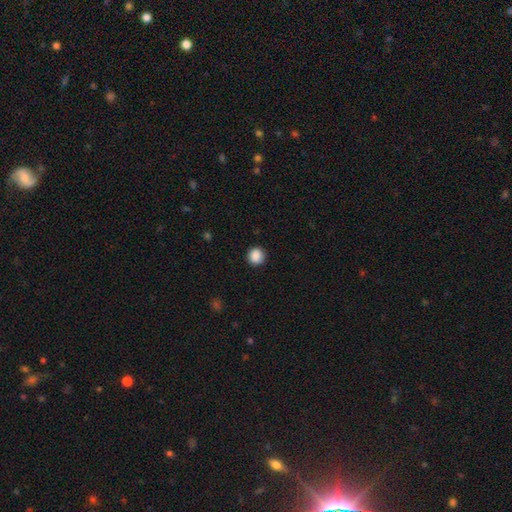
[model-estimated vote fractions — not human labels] Q: Smooth or featured?
A: smooth (89%); runner-up: star or artifact (9%)
Q: How rounded?
A: round (92%); runner-up: in between (7%)
Q: Merging?
A: none (91%); runner-up: minor disturbance (7%)